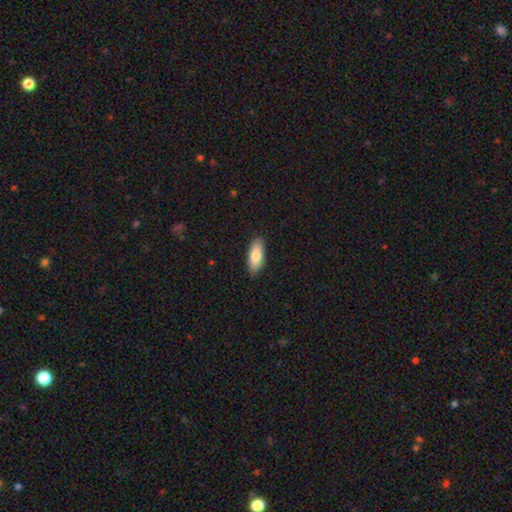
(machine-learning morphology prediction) smooth 83%, featured or disk 12%, star or artifact 6%. Down the decision tree: how rounded — in between (81%); merging — none (87%).